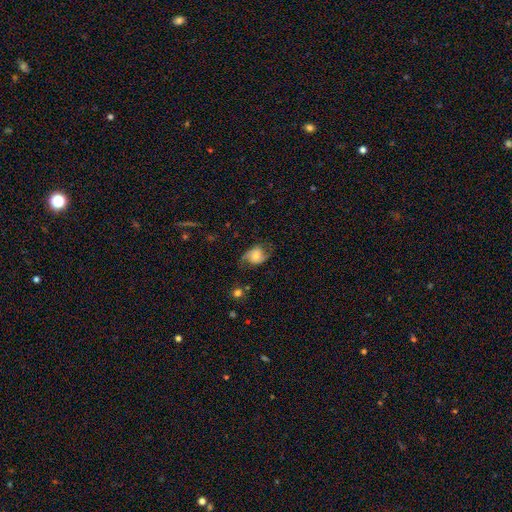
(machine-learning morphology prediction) smooth_or_featured: featured or disk (p=0.55) [alt: smooth p=0.36]
disk_edge_on: no (p=0.96) [alt: yes p=0.04]
bar: no (p=0.64) [alt: weak p=0.28]
has_spiral_arms: yes (p=0.88) [alt: no p=0.12]
bulge_size: small (p=0.40) [alt: moderate p=0.39]
merging: none (p=0.59) [alt: minor disturbance p=0.25]